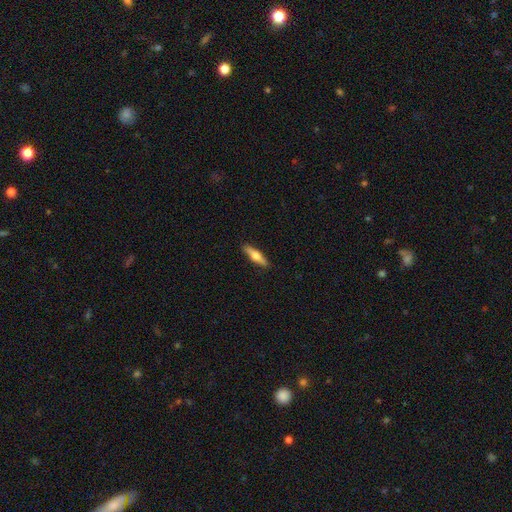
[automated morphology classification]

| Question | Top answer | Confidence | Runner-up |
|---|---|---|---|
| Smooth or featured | smooth | 52% | featured or disk (42%) |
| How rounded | cigar-shaped | 74% | in between (24%) |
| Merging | none | 90% | minor disturbance (8%) |